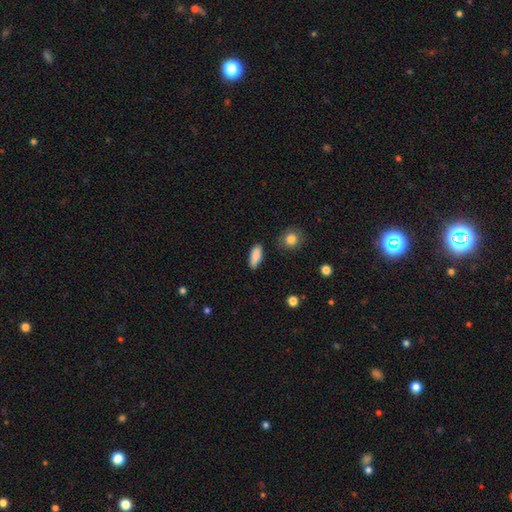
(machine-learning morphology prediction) smooth 87%, star or artifact 7%, featured or disk 6%. Down the decision tree: how rounded — in between (70%); merging — none (83%).